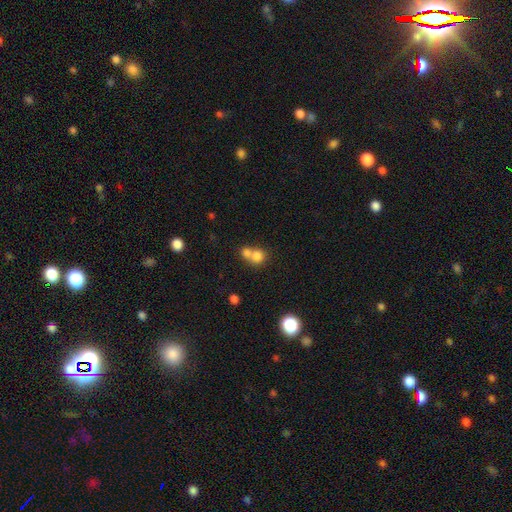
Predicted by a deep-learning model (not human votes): A smooth galaxy with no disk features (76%) that is round (79%).

Vote fractions:
- Smooth or featured? smooth: 76% / featured or disk: 12% / star or artifact: 12%
- How rounded? round: 79% / in between: 20% / cigar-shaped: 1%
- Merging? merger: 59% / none: 33% / minor disturbance: 5% / major disturbance: 3%